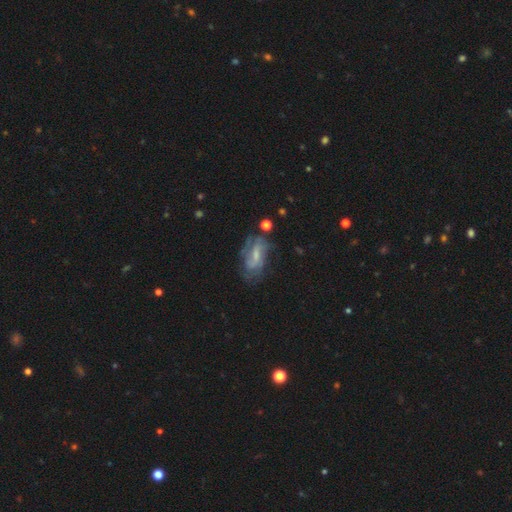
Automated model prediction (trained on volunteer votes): smooth_or_featured: featured or disk (p=0.68) [alt: smooth p=0.23]
disk_edge_on: no (p=0.94) [alt: yes p=0.06]
bar: weak (p=0.49) [alt: no p=0.32]
has_spiral_arms: yes (p=0.82) [alt: no p=0.18]
spiral_winding: medium (p=0.43) [alt: tight p=0.32]
spiral_arm_count: 2 (p=0.42) [alt: can't tell p=0.34]
bulge_size: small (p=0.47) [alt: moderate p=0.33]
merging: none (p=0.55) [alt: minor disturbance p=0.24]